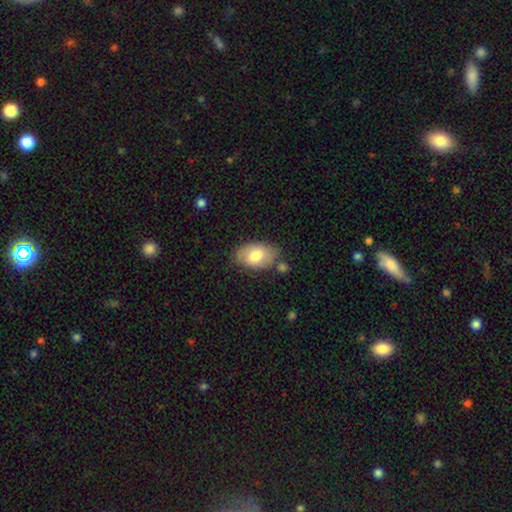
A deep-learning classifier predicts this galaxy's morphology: smooth-or-featured: smooth: 74% | featured or disk: 20% | star or artifact: 6%
  how-rounded: in between: 91% | round: 7% | cigar-shaped: 1%
  merging: none: 71% | minor disturbance: 19% | merger: 6% | major disturbance: 4%